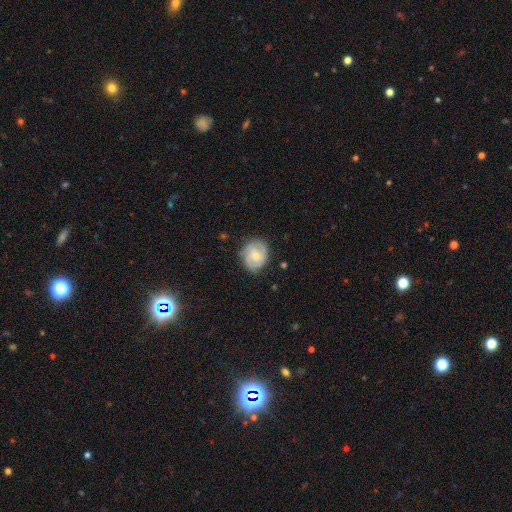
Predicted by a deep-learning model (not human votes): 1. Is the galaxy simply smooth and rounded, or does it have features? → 52% featured or disk, 40% smooth, 7% star or artifact.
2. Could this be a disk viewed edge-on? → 98% no, 2% yes.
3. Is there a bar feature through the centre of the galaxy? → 70% no, 26% weak, 4% strong.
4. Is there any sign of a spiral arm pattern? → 85% yes, 15% no.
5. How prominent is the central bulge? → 61% small, 34% moderate, 3% none, 2% large, 1% dominant.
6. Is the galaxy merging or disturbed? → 76% none, 18% minor disturbance, 5% major disturbance, 1% merger.